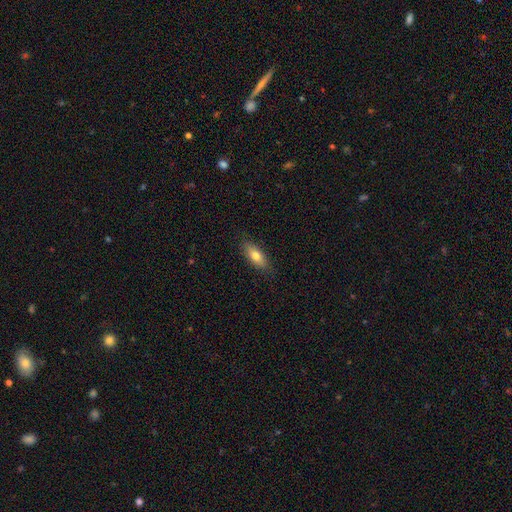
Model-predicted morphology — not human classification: Smooth or featured: smooth — 74% (featured or disk — 19%)
How rounded: in between — 73% (cigar-shaped — 24%)
Merging: none — 85% (minor disturbance — 11%)